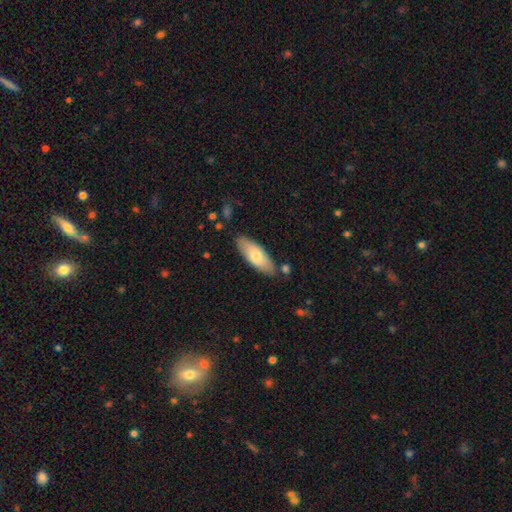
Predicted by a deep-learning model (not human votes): Morphology: type=smooth (75%); roundness=in between (69%); merging=none (81%).